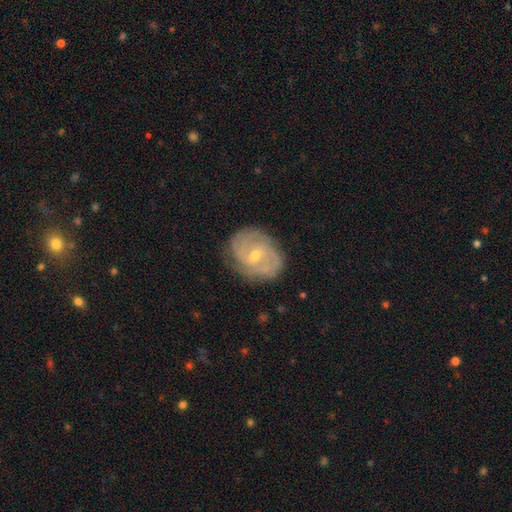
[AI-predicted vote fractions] This appears to be a featured or disk galaxy (85%) with a weak bar (48%), 2 (34%) tight (59%) spiral arms (96%) and a small central bulge (54%). Merging: none (79%).